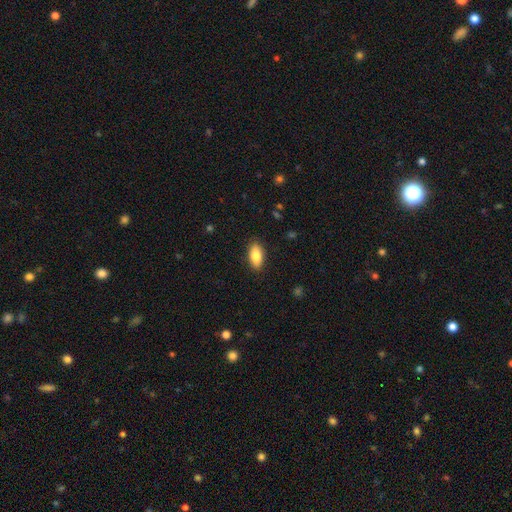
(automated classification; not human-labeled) smooth-or-featured: smooth: 82% | featured or disk: 11% | star or artifact: 7%
  how-rounded: in between: 88% | cigar-shaped: 9% | round: 3%
  merging: none: 88% | minor disturbance: 9% | major disturbance: 2% | merger: 1%